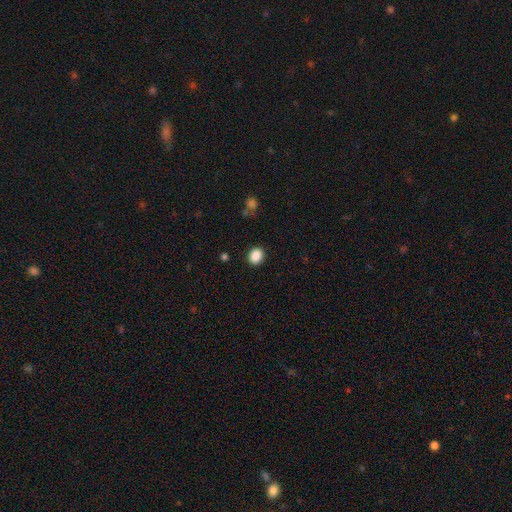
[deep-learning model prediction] The model was most divided on "how rounded": round: 52%, in between: 47%, cigar-shaped: 1%. More confident: merging — none (88%); smooth or featured — smooth (88%).